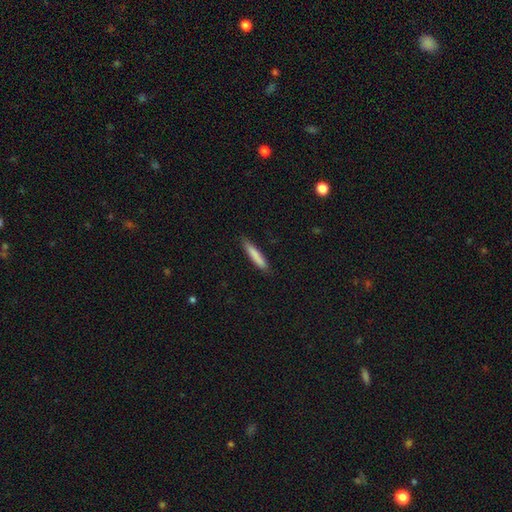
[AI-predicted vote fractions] A smooth galaxy with no disk features (82%) that is cigar-shaped (91%).

Vote fractions:
- Smooth or featured? smooth: 82% / featured or disk: 12% / star or artifact: 6%
- How rounded? cigar-shaped: 91% / in between: 8% / round: 1%
- Merging? none: 86% / minor disturbance: 11% / major disturbance: 2% / merger: 1%